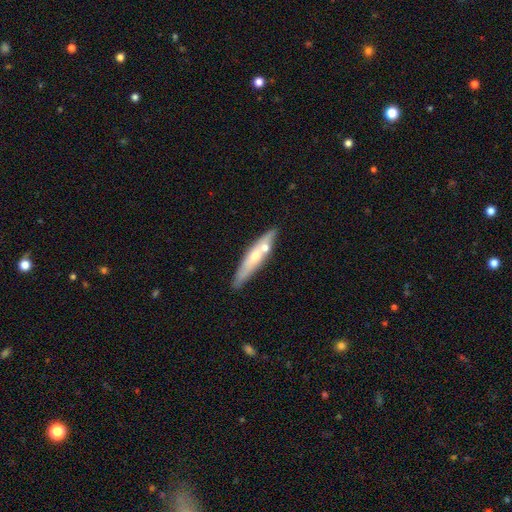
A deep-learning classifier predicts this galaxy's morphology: This appears to be a featured or disk galaxy (48%). Merging: none (69%).